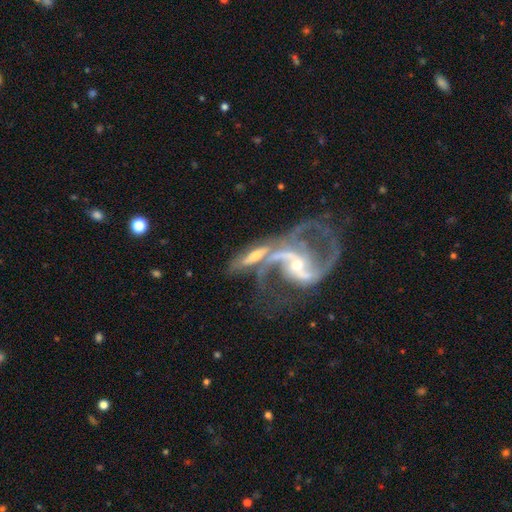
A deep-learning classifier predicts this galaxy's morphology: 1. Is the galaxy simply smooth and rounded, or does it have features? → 84% featured or disk, 9% smooth, 7% star or artifact.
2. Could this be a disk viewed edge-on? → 89% no, 11% yes.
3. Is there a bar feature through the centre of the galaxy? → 39% no, 34% weak, 27% strong.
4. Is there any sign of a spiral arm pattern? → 90% yes, 10% no.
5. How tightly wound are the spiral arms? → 55% loose, 33% medium, 11% tight.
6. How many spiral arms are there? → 81% 2, 7% can't tell, 5% 1, 3% 3, 2% 4, 2% more than 4.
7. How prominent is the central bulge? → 48% small, 44% moderate, 3% large, 3% none, 1% dominant.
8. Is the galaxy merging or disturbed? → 55% merger, 19% none, 15% major disturbance, 10% minor disturbance.